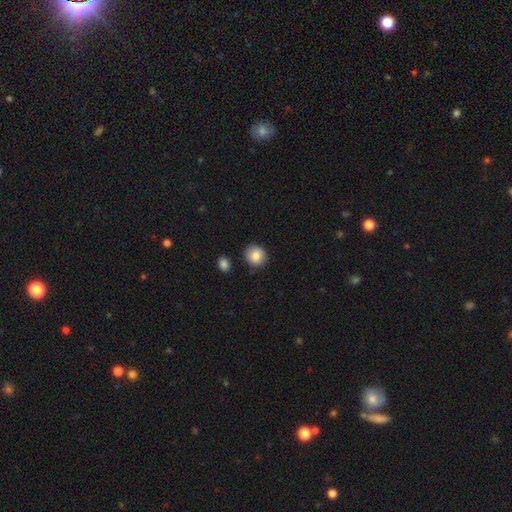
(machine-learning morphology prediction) The model was most divided on "how rounded": round: 78%, in between: 21%, cigar-shaped: 1%. More confident: merging — none (86%); smooth or featured — smooth (85%).